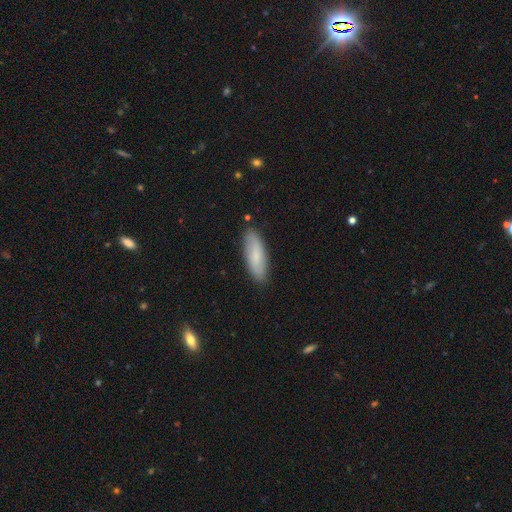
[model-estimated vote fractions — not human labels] Morphology: type=smooth (72%); roundness=in between (60%); merging=none (86%).